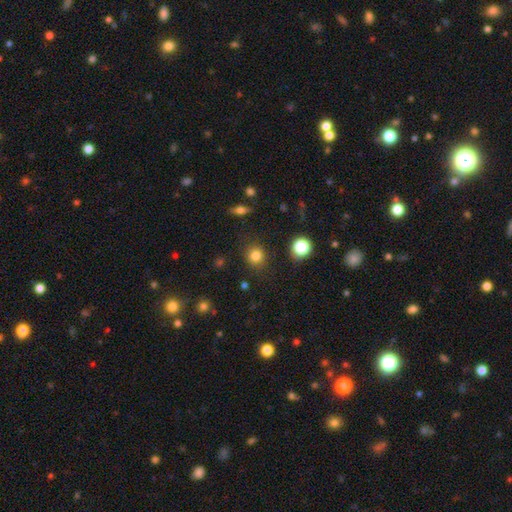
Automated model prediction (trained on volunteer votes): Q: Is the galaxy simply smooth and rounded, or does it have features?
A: smooth — 82%.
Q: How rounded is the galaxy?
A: round — 87%.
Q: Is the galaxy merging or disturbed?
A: none — 86%.